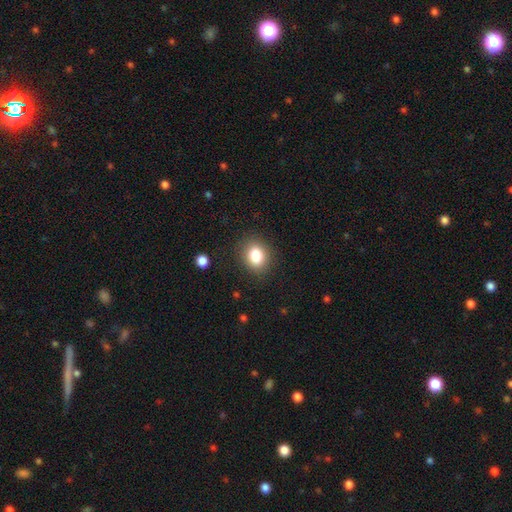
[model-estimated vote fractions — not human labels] Smooth or featured? Predicted: smooth (p=0.82). How rounded? Predicted: round (p=0.53). Merging? Predicted: none (p=0.86).